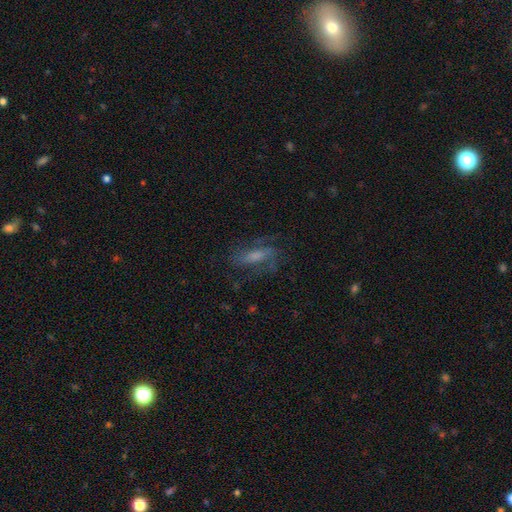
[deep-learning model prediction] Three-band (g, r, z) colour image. It shows a featured or disk galaxy (56%). Merging: none (65%).